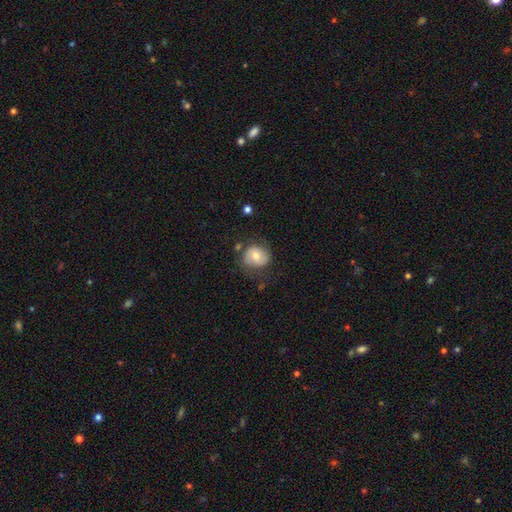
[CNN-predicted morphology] Smooth or featured: smooth — 58% (featured or disk — 33%)
How rounded: round — 72% (in between — 27%)
Merging: none — 64% (minor disturbance — 23%)